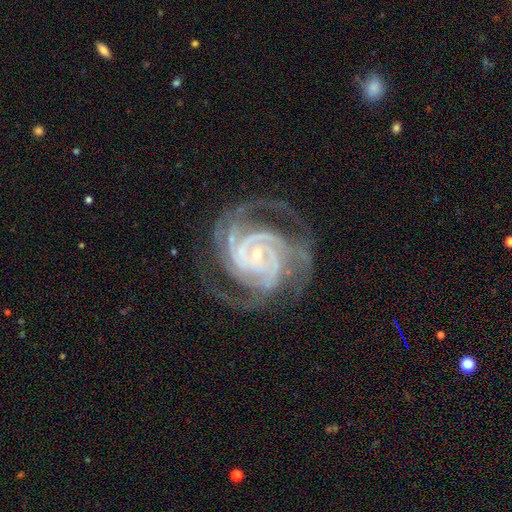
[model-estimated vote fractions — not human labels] This is clearly a featured or disk galaxy (93%). It is clearly not viewed edge-on (98%). Bar: possibly no (57%). Spiral arm pattern: clearly yes (99%). Spiral arm count: marginally 3 (32%). Spiral winding: likely tight (69%). Central bulge: clearly small (82%). Merging: likely none (73%).